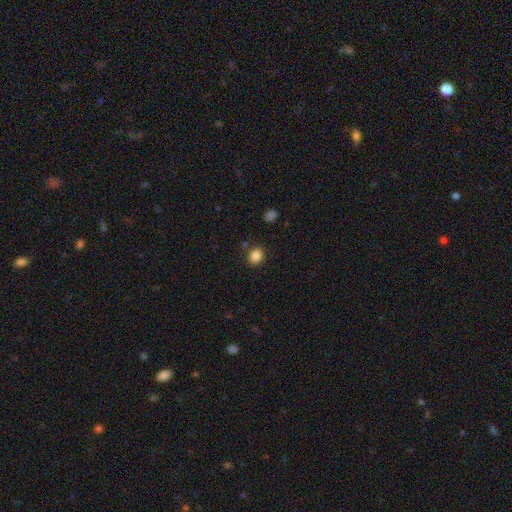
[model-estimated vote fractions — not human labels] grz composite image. It shows a smooth galaxy with no disk features (85%) that is round (63%). Merging: none (84%).